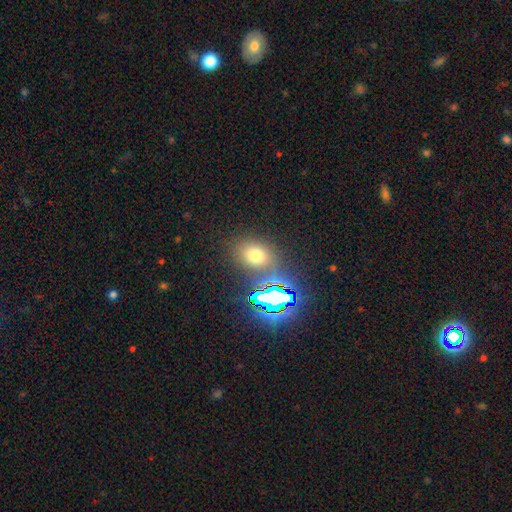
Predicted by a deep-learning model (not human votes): Smooth or featured: smooth — 62% (star or artifact — 28%)
How rounded: in between — 56% (round — 42%)
Merging: none — 76% (minor disturbance — 11%)